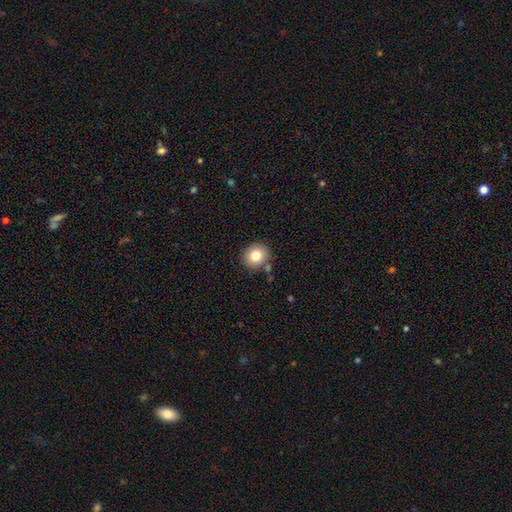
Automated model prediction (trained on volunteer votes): This appears to be a smooth galaxy with no disk features (81%) that is round (81%). Merging: none (82%).